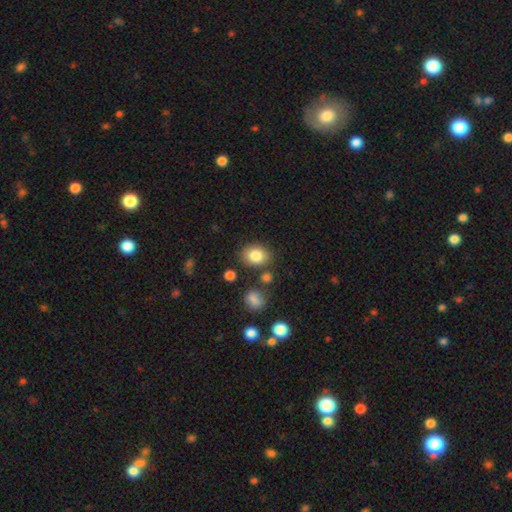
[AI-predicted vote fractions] Smooth or featured?
  - smooth: 82% *
  - star or artifact: 9%
  - featured or disk: 8%
How rounded?
  - in between: 60% *
  - round: 39%
  - cigar-shaped: 1%
Merging?
  - none: 79% *
  - minor disturbance: 11%
  - merger: 6%
  - major disturbance: 4%